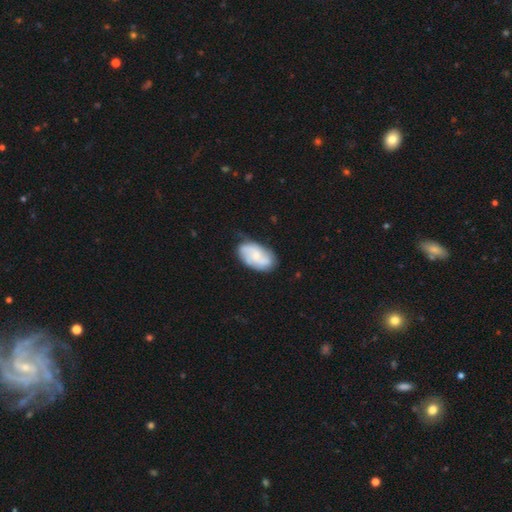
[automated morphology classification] Overall: featured or disk (53%; smooth 41%). Edge-on disk: no (96%). Bar: no (66%; weak 28%). Spiral arms: yes (81%). Bulge size: small (55%; moderate 30%). Merging: none (61%; minor disturbance 28%).